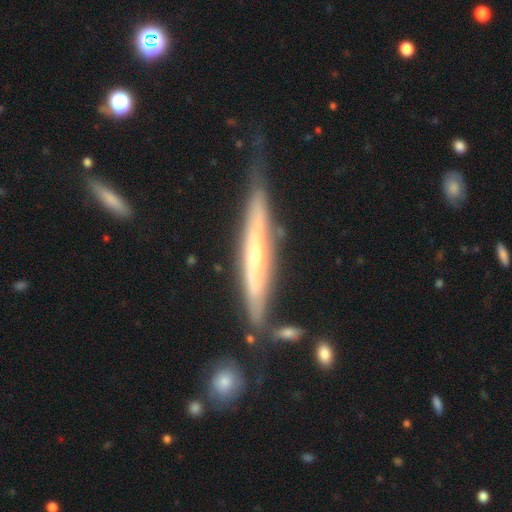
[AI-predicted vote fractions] smooth-or-featured: featured or disk: 73% | smooth: 21% | star or artifact: 6%
  disk-edge-on: yes: 82% | no: 18%
    edge-on-bulge: rounded: 64% | none: 31% | boxy: 5%
  merging: none: 62% | minor disturbance: 25% | major disturbance: 8% | merger: 5%